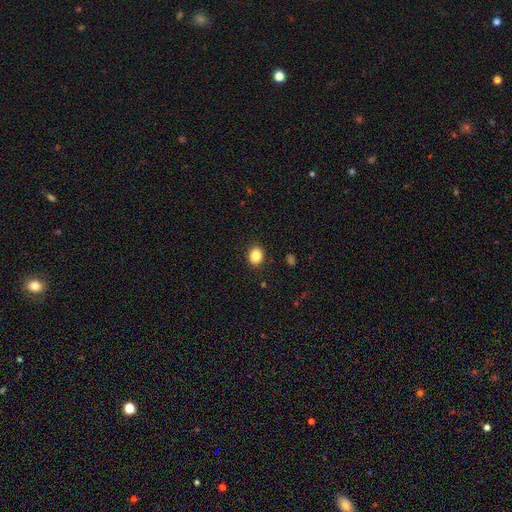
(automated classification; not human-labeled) Morphology: type=smooth (86%); roundness=round (51%); merging=none (90%).